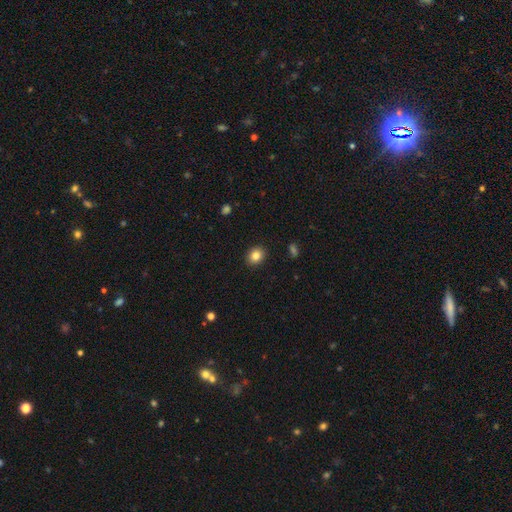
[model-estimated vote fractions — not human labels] This is clearly a smooth galaxy (84%). How rounded: likely round (63%). Merging: clearly none (91%).